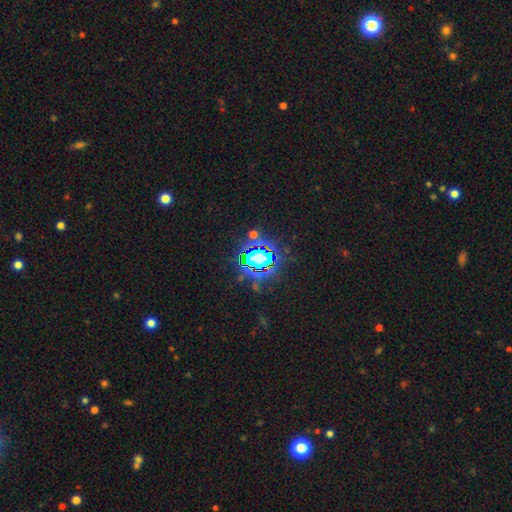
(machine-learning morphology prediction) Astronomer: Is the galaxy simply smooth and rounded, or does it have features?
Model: star or artifact — 84%.